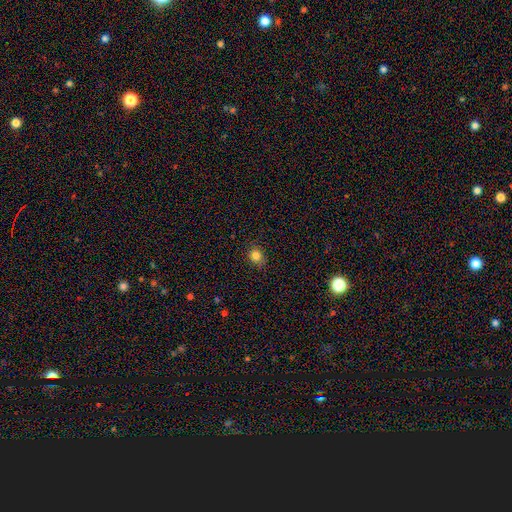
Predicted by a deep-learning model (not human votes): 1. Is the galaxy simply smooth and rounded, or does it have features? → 82% smooth, 13% star or artifact, 5% featured or disk.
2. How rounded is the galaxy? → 78% round, 21% in between, 1% cigar-shaped.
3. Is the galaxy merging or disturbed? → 83% none, 13% minor disturbance, 3% major disturbance, 1% merger.